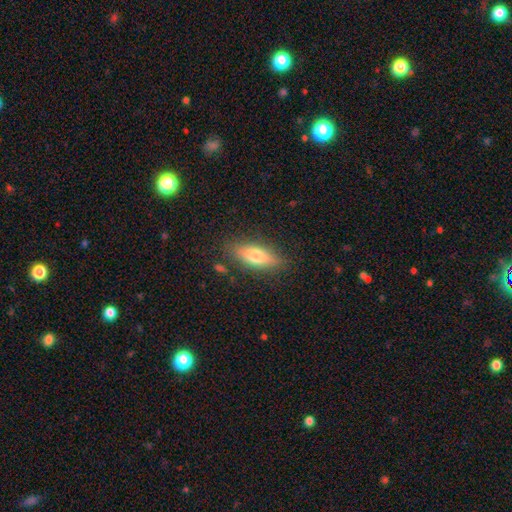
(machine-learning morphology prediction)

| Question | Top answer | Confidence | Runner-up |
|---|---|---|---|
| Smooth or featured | smooth | 69% | featured or disk (24%) |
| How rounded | in between | 62% | cigar-shaped (35%) |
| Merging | none | 83% | minor disturbance (12%) |